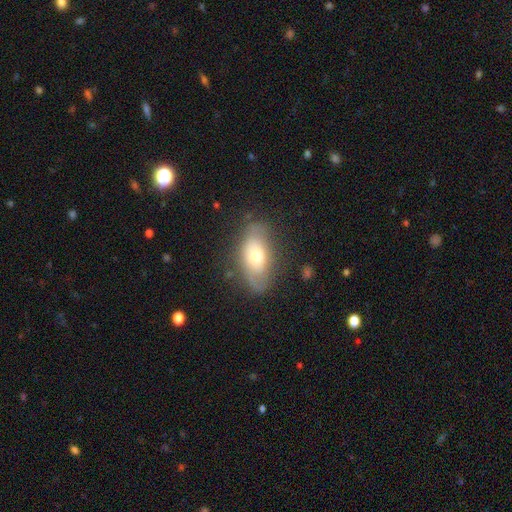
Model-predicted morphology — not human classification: A smooth galaxy with no disk features (55%) that is in between round and cigar-shaped (88%).

Vote fractions:
- Smooth or featured? smooth: 55% / featured or disk: 38% / star or artifact: 8%
- How rounded? in between: 88% / cigar-shaped: 7% / round: 5%
- Merging? none: 68% / minor disturbance: 21% / major disturbance: 8% / merger: 2%